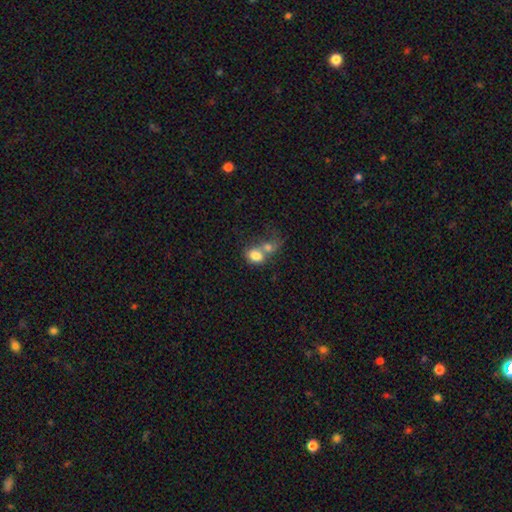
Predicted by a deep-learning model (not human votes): Overall: smooth (77%). How rounded: in between (58%; round 41%). Merging: merger (67%).